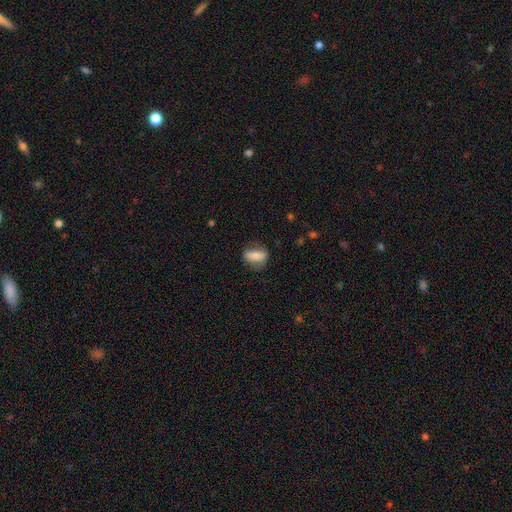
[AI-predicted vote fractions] The model was most divided on "smooth or featured": smooth: 67%, featured or disk: 25%, star or artifact: 8%. More confident: how rounded — in between (75%); merging — none (71%).